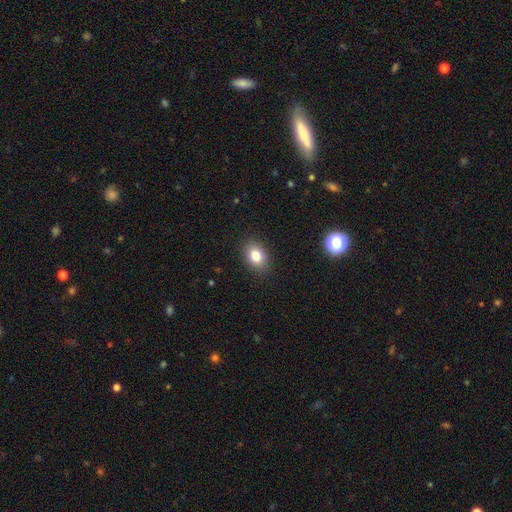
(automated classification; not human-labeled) The model was most divided on "how rounded": in between: 77%, round: 22%, cigar-shaped: 1%. More confident: merging — none (88%); smooth or featured — smooth (83%).